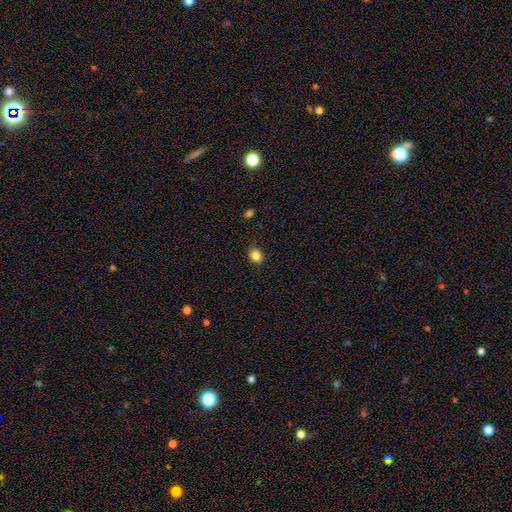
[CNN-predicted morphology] A smooth galaxy with no disk features (84%) that is round (69%).

Vote fractions:
- Smooth or featured? smooth: 84% / star or artifact: 11% / featured or disk: 5%
- How rounded? round: 69% / in between: 30% / cigar-shaped: 1%
- Merging? none: 87% / minor disturbance: 10% / major disturbance: 2% / merger: 1%